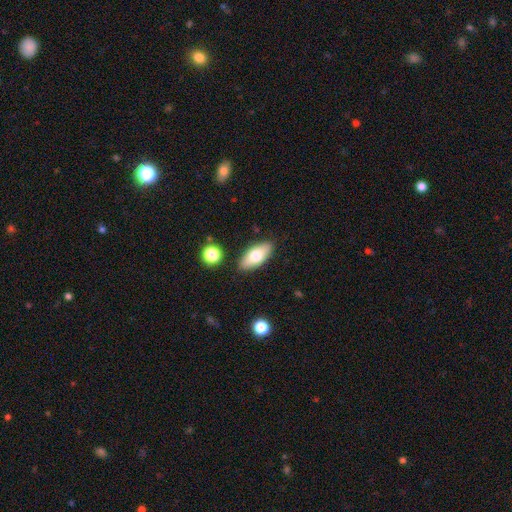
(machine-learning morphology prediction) Smooth or featured? Predicted: smooth (p=0.71). How rounded? Predicted: in between (p=0.84). Merging? Predicted: none (p=0.86).